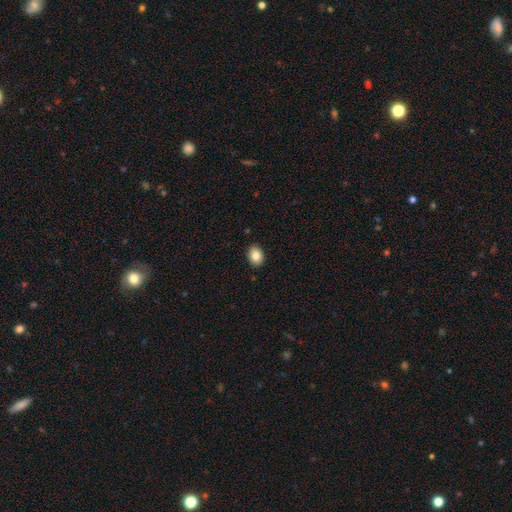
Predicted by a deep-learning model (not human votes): Smooth or featured? smooth (84%)
How rounded? in between (66%)
Merging? none (90%)